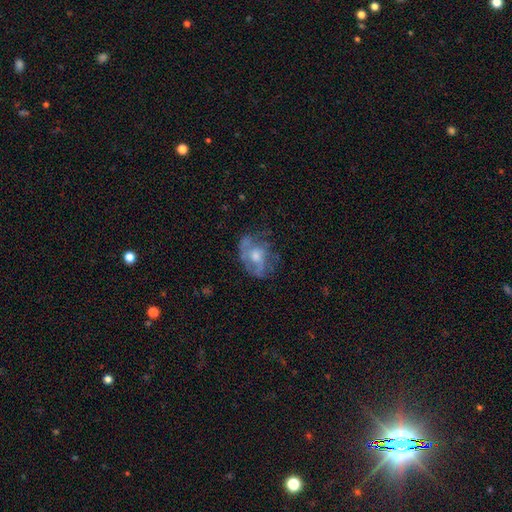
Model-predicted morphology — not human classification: The model was most divided on "spiral arms": yes: 54%, no: 46%. More confident: edge-on disk — no (96%); bar — no (74%); smooth or featured — featured or disk (62%); bulge size — moderate (62%); merging — none (53%).